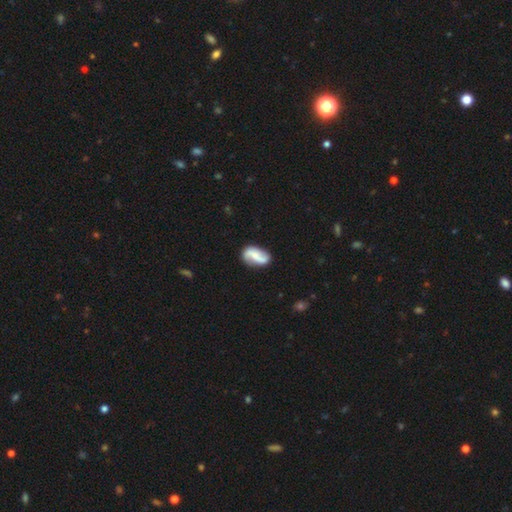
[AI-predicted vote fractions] Smooth or featured? featured or disk (69%)
Edge-on disk? no (97%)
Bar? no (45%)
Spiral arms? yes (93%)
Spiral winding? loose (61%)
Spiral arm count? 2 (90%)
Bulge size? small (45%)
Merging? none (76%)